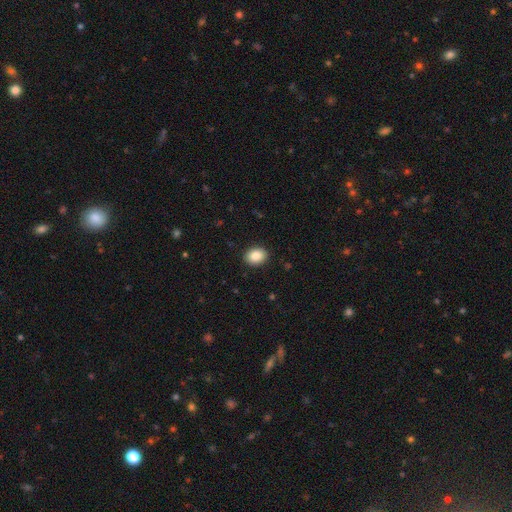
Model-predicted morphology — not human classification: smooth 86%, star or artifact 8%, featured or disk 5%. Down the decision tree: how rounded — in between (59%); merging — none (90%).